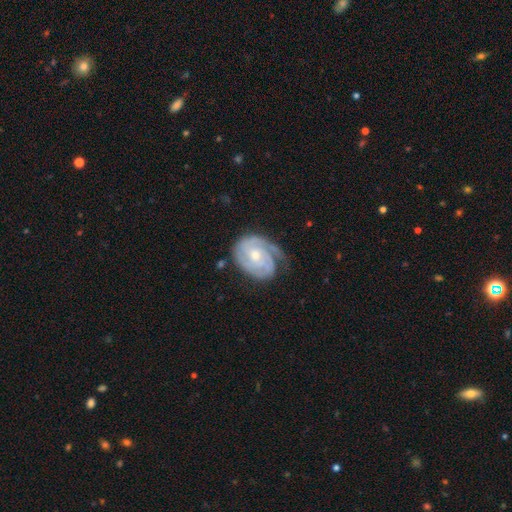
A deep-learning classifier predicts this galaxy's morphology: featured or disk 85%, smooth 10%, star or artifact 4%. Down the decision tree: edge-on disk — no (97%); bar — no (68%); spiral arms — yes (96%); spiral arm count — 2 (30%, tied with 3); spiral winding — tight (71%); bulge size — moderate (52%); merging — none (61%).